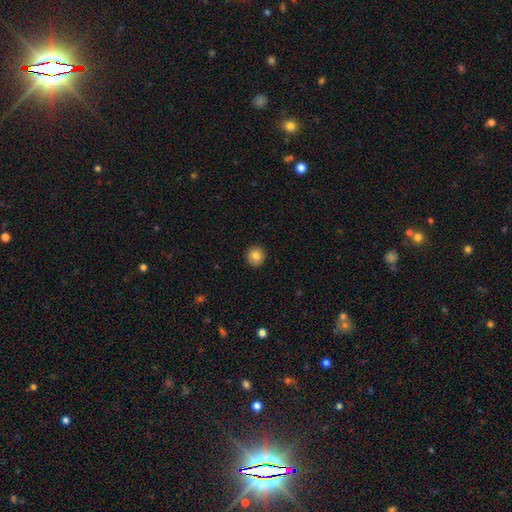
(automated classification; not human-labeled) smooth_or_featured: smooth (p=0.84) [alt: star or artifact p=0.09]
how_rounded: round (p=0.93) [alt: in between p=0.06]
merging: none (p=0.92) [alt: minor disturbance p=0.05]